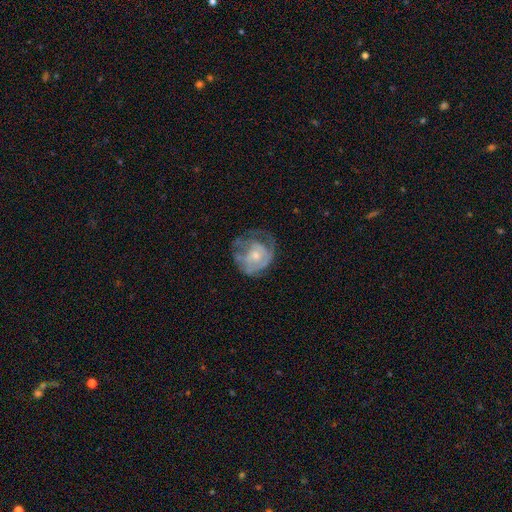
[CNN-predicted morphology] A featured or disk galaxy (61%) with no bar (80%), spiral arms (58%) and a small central bulge (47%).

Vote fractions:
- Smooth or featured? featured or disk: 61% / smooth: 32% / star or artifact: 7%
- Edge-on disk? no: 97% / yes: 3%
- Bar? no: 80% / weak: 17% / strong: 3%
- Spiral arms? yes: 58% / no: 42%
- Bulge size? small: 47% / moderate: 43% / none: 5% / large: 3% / dominant: 1%
- Merging? none: 40% / major disturbance: 32% / minor disturbance: 26% / merger: 2%